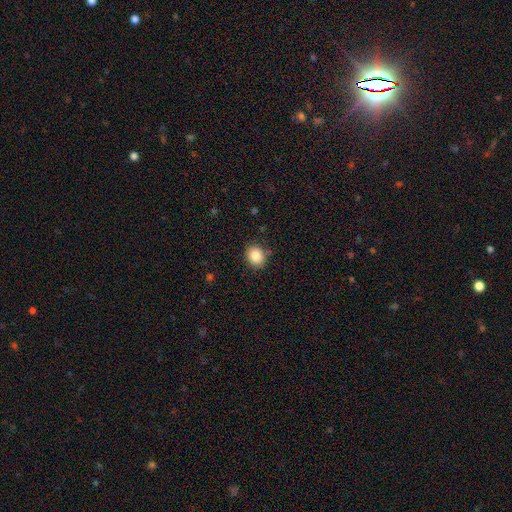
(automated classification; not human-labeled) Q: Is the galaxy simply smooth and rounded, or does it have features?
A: smooth — 86%.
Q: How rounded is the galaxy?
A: round — 67%.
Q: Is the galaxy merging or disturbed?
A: none — 84%.